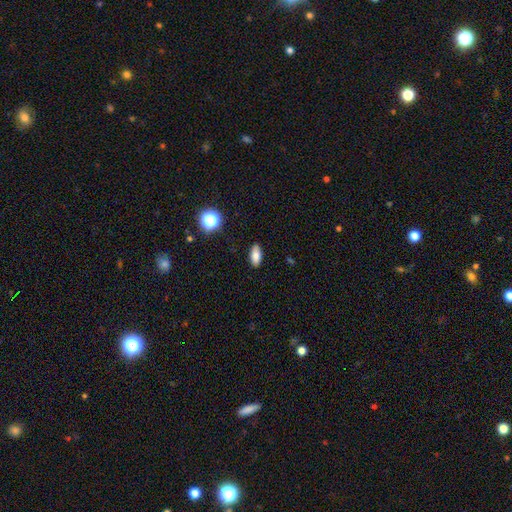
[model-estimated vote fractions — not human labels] A smooth galaxy with no disk features (81%) that is in between round and cigar-shaped (83%). Merging: none (88%).